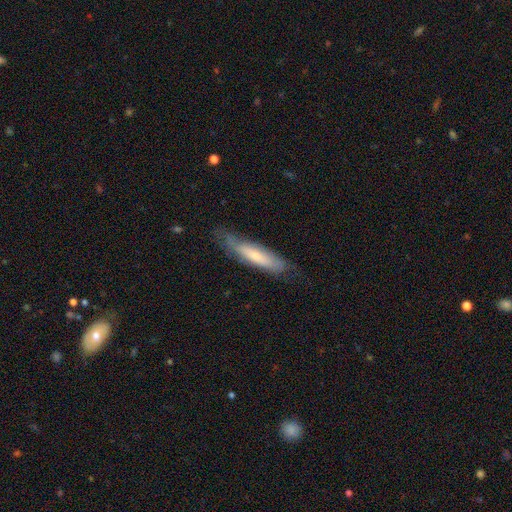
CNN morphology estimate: Q: Smooth or featured?
A: smooth (53%); runner-up: featured or disk (40%)
Q: How rounded?
A: cigar-shaped (73%); runner-up: in between (26%)
Q: Merging?
A: none (66%); runner-up: minor disturbance (24%)